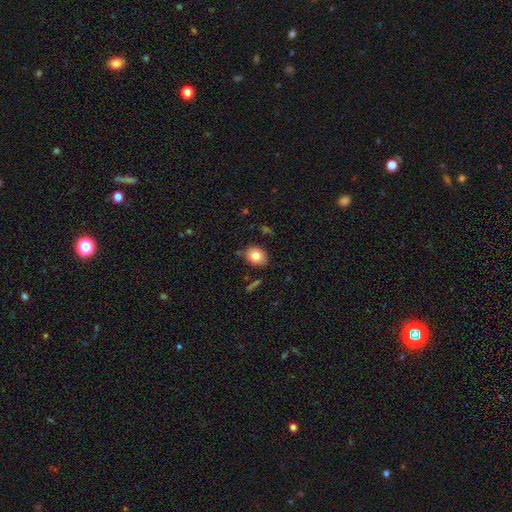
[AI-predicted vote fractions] This appears to be a smooth galaxy with no disk features (79%) that is in between round and cigar-shaped (50%). Merging: none (79%).